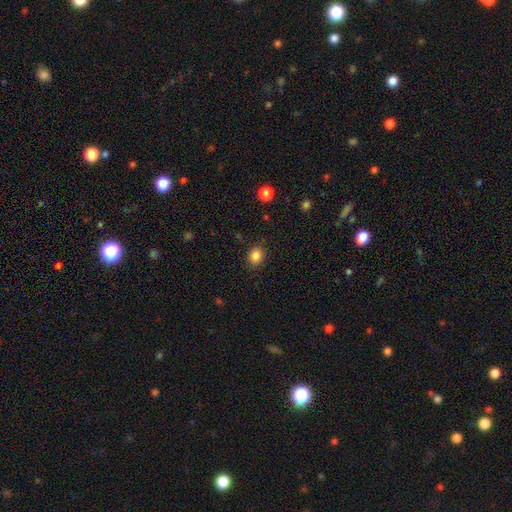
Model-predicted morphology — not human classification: Overall: smooth (85%). How rounded: round (55%; in between 44%). Merging: none (87%).